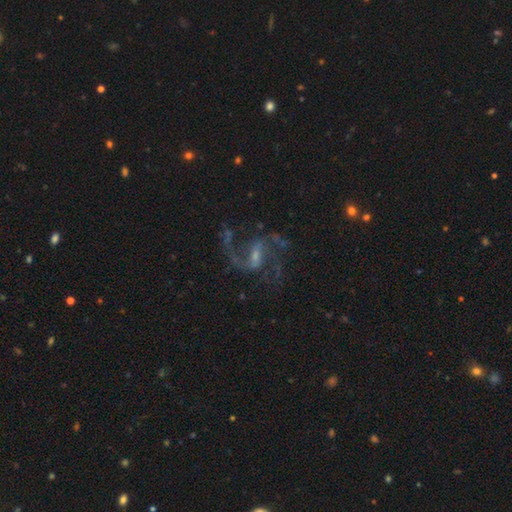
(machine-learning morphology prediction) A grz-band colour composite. It shows a featured or disk galaxy (88%) with a weak bar (53%), 2 (87%) loose (58%) spiral arms (96%) and a small central bulge (55%). Merging: none (67%).